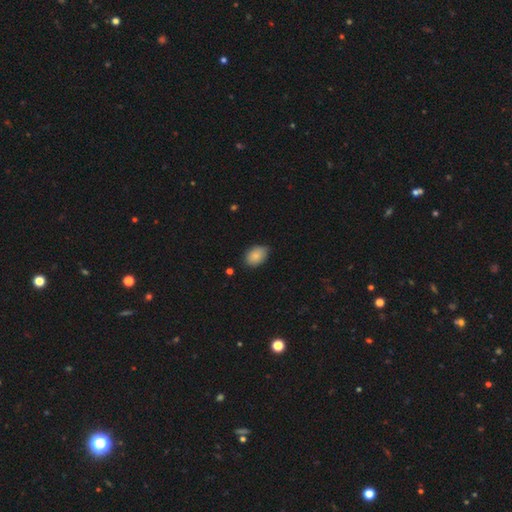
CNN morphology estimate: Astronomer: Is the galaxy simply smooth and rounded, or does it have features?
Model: smooth — 86%.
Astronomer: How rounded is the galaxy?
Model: in between — 85%.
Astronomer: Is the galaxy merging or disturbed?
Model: none — 76%.